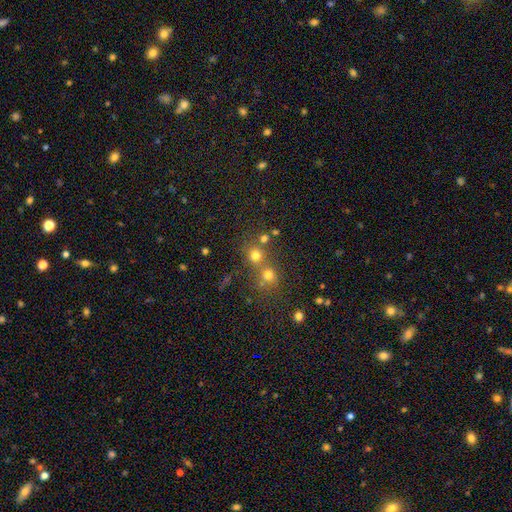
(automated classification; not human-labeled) Smooth or featured?
  - smooth: 71% *
  - star or artifact: 20%
  - featured or disk: 9%
How rounded?
  - round: 87% *
  - in between: 12%
  - cigar-shaped: 1%
Merging?
  - none: 55% *
  - merger: 35%
  - minor disturbance: 7%
  - major disturbance: 3%